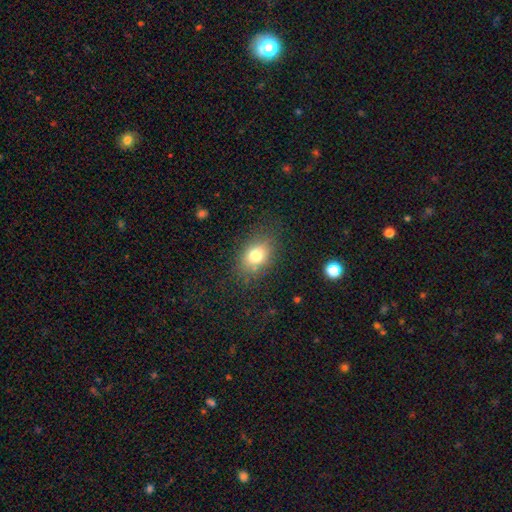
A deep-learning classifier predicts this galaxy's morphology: This appears to be a smooth galaxy with no disk features (77%) that is in between round and cigar-shaped (71%). Merging: none (78%).